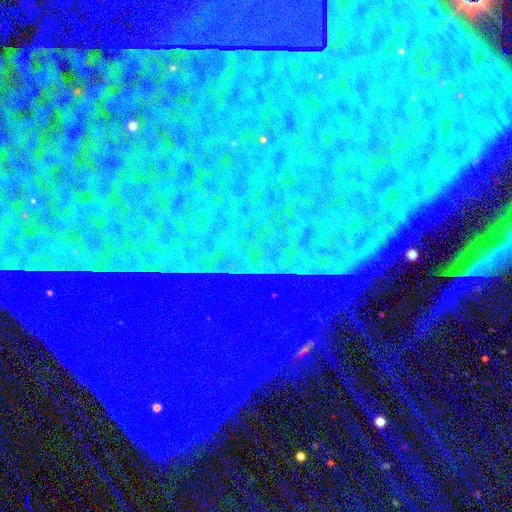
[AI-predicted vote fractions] star or artifact 86%, featured or disk 8%, smooth 6%.